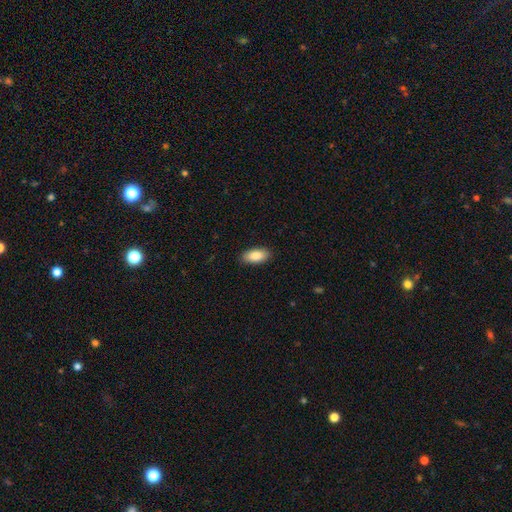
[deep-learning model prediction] The model was most divided on "smooth or featured": smooth: 87%, featured or disk: 7%, star or artifact: 6%. More confident: how rounded — in between (91%); merging — none (89%).